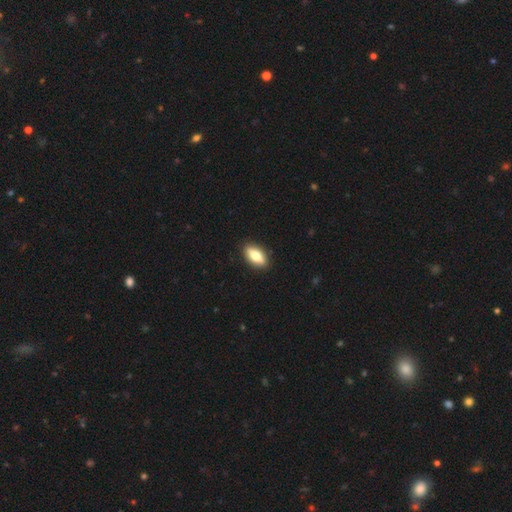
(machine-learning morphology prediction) Smooth or featured? smooth (64%)
How rounded? in between (79%)
Merging? none (89%)